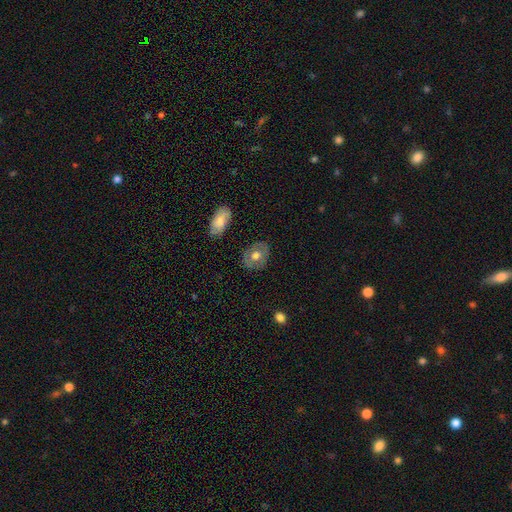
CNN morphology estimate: smooth_or_featured: smooth (p=0.54) [alt: featured or disk p=0.39]
how_rounded: in between (p=0.52) [alt: round p=0.47]
merging: none (p=0.81) [alt: minor disturbance p=0.13]